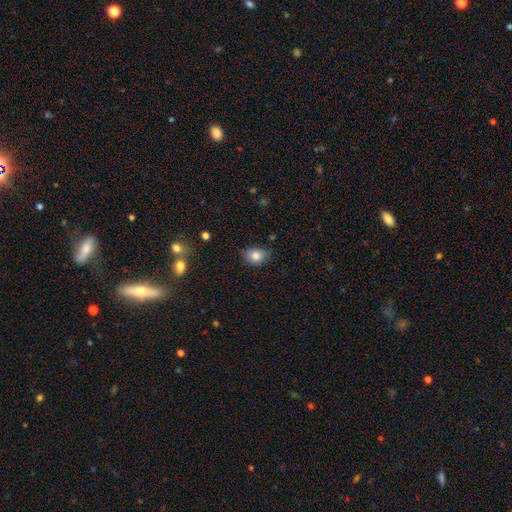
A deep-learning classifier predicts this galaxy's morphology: The model was most divided on "how rounded": in between: 67%, round: 32%, cigar-shaped: 1%. More confident: smooth or featured — smooth (83%); merging — none (76%).